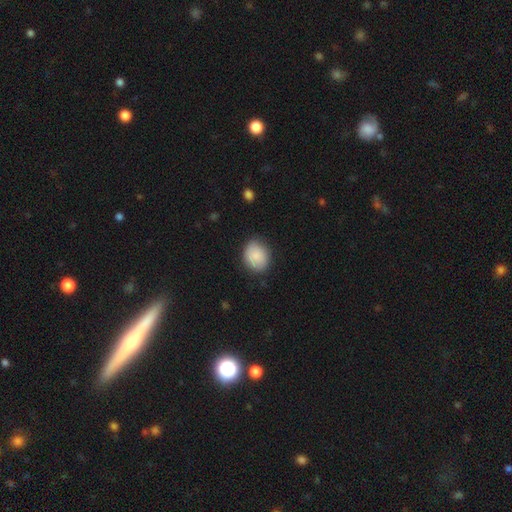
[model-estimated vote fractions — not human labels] This appears to be a smooth galaxy with no disk features (87%) that is round (59%). Merging: none (79%).